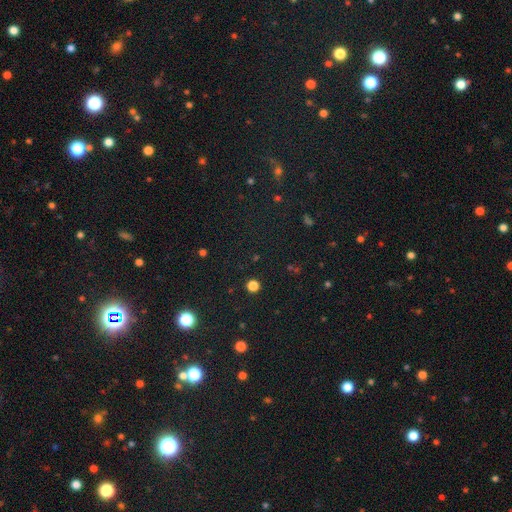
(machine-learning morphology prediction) Q: Smooth or featured?
A: star or artifact (75%); runner-up: smooth (18%)